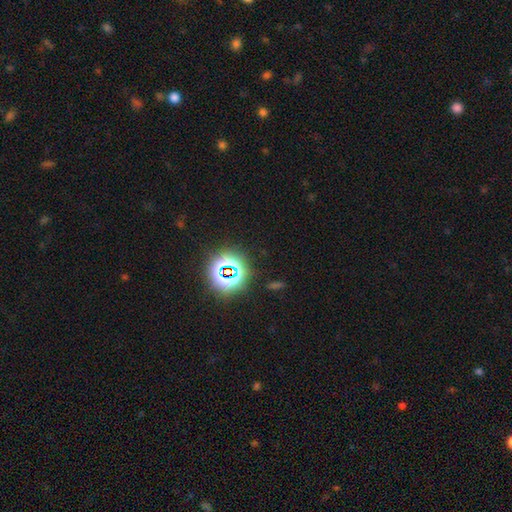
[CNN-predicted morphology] smooth_or_featured: star or artifact (p=0.74) [alt: smooth p=0.17]